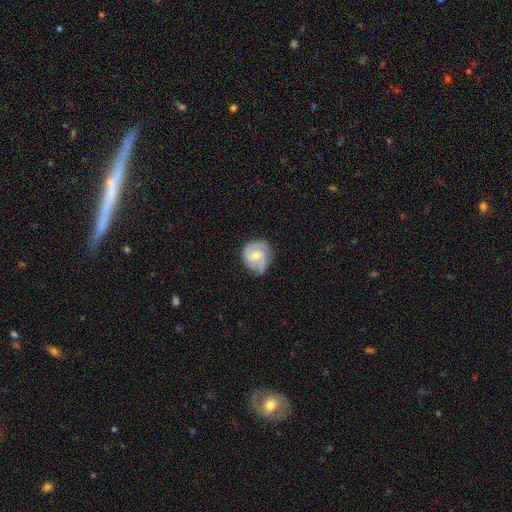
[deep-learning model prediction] The model was most divided on "bulge size": small: 48%, moderate: 46%, none: 3%, large: 2%, dominant: 1%. Remaining: edge-on disk — no (98%); spiral arms — yes (95%); smooth or featured — featured or disk (72%); merging — none (69%); bar — no (56%); spiral arm count — 2 (55%); spiral winding — medium (45%).